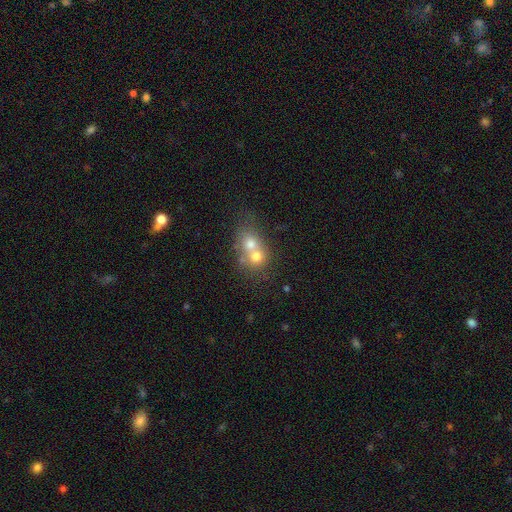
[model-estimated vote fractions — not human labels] Smooth or featured? Predicted: smooth (p=0.66). How rounded? Predicted: round (p=0.68). Merging? Predicted: merger (p=0.71).